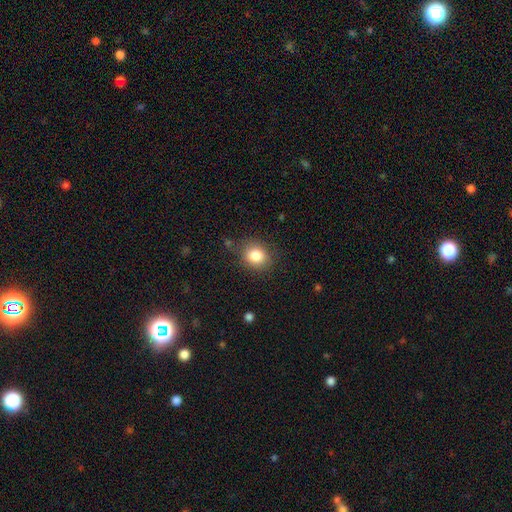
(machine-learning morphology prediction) smooth 84%, star or artifact 10%, featured or disk 7%. Down the decision tree: how rounded — round (66%); merging — none (80%).